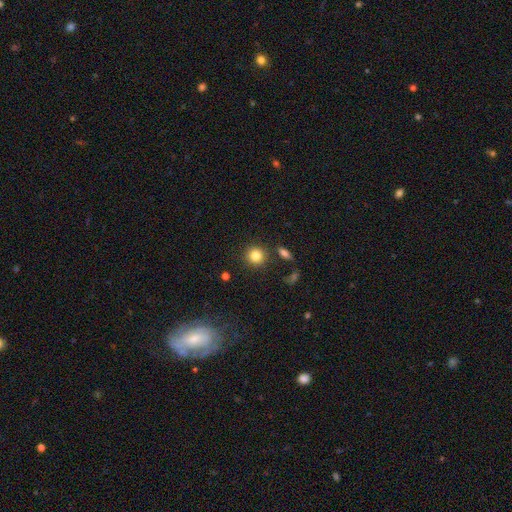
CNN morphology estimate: This appears to be a smooth galaxy with no disk features (83%) that is round (89%). Merging: none (85%).